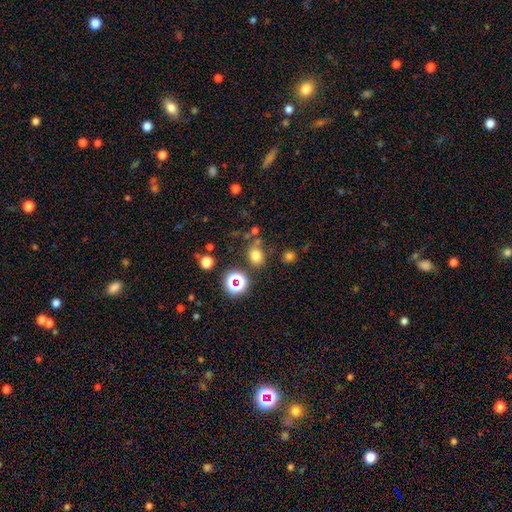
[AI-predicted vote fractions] A smooth galaxy with no disk features (72%) that is round (58%). Merging: none (72%).